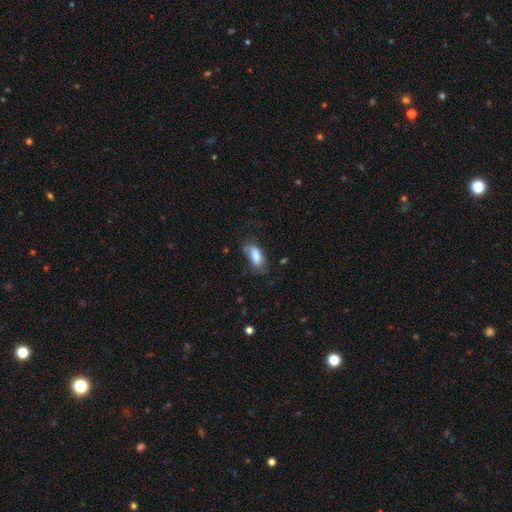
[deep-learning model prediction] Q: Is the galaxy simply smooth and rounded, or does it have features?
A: smooth — 78%.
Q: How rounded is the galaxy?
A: in between — 85%.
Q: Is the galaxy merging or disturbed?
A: none — 52%.